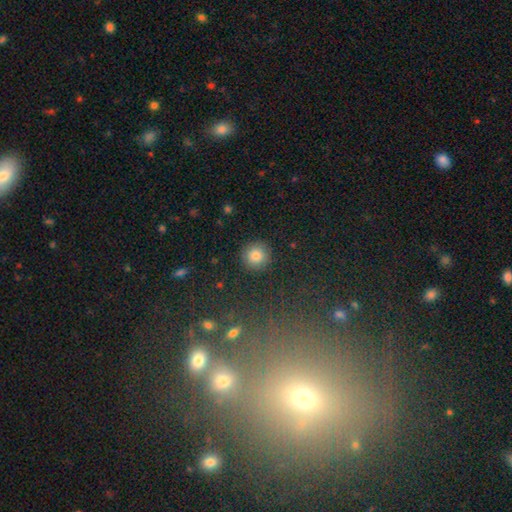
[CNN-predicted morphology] Smooth or featured? Predicted: smooth (p=0.83). How rounded? Predicted: round (p=0.93). Merging? Predicted: none (p=0.89).